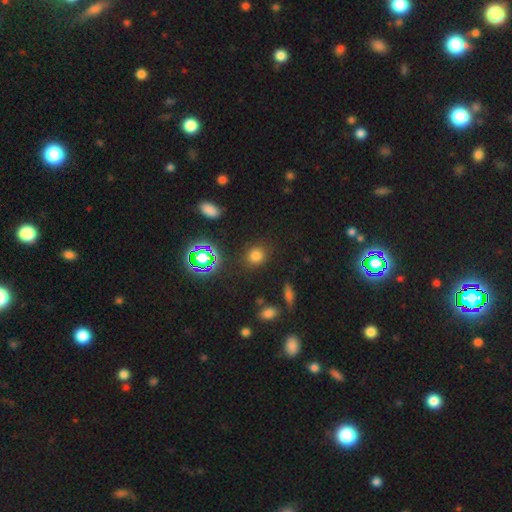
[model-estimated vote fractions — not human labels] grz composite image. It shows a smooth galaxy with no disk features (71%) that is round (79%). Merging: none (85%).